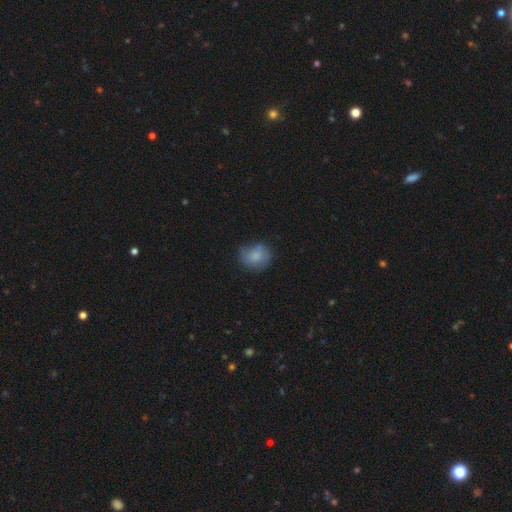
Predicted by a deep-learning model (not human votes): smooth 78%, featured or disk 13%, star or artifact 8%. Down the decision tree: how rounded — round (65%); merging — none (58%).